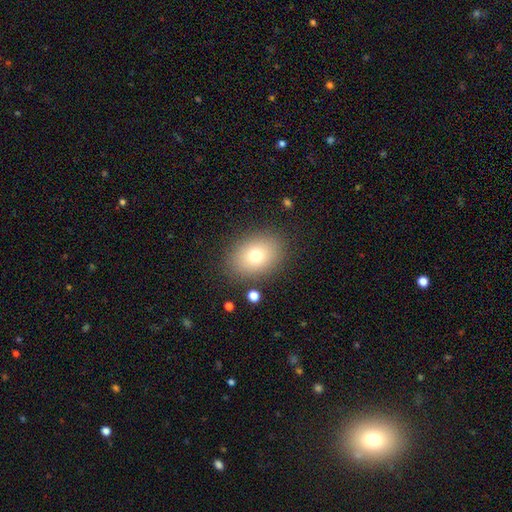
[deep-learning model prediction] Smooth or featured? smooth (75%)
How rounded? in between (71%)
Merging? none (85%)